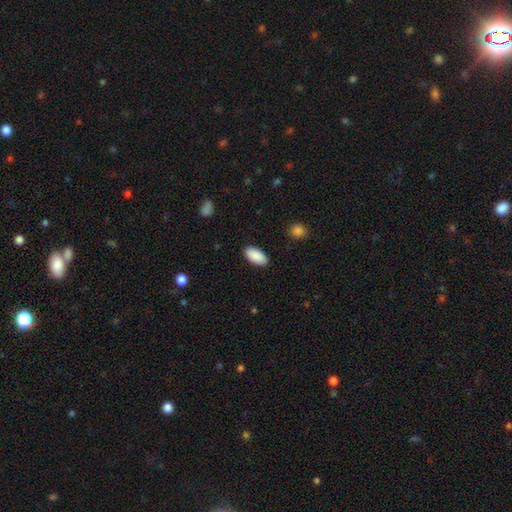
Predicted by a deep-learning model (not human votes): This appears to be a smooth galaxy with no disk features (91%) that is in between round and cigar-shaped (94%). Merging: none (89%).